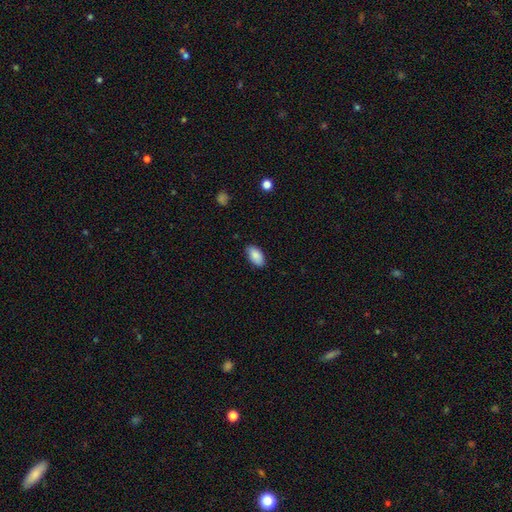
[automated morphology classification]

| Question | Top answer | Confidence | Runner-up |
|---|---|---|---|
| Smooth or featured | smooth | 87% | star or artifact (7%) |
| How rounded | in between | 94% | round (3%) |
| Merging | none | 84% | minor disturbance (12%) |